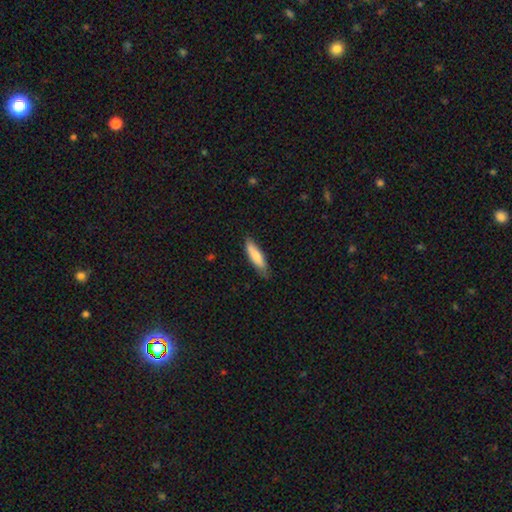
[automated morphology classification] smooth 78%, featured or disk 17%, star or artifact 5%. Down the decision tree: how rounded — cigar-shaped (64%); merging — none (78%).